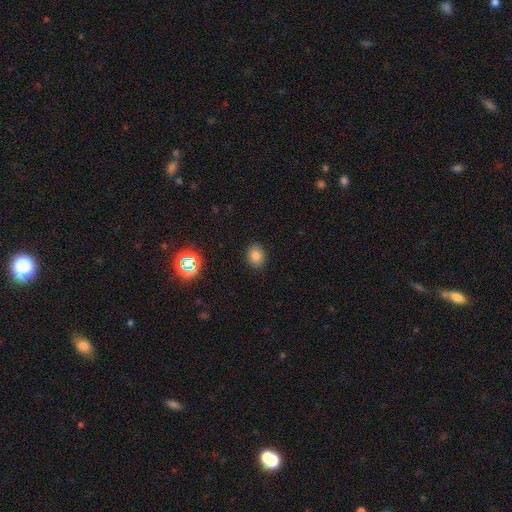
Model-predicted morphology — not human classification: This appears to be a smooth galaxy with no disk features (80%) that is in between round and cigar-shaped (56%). Merging: none (88%).